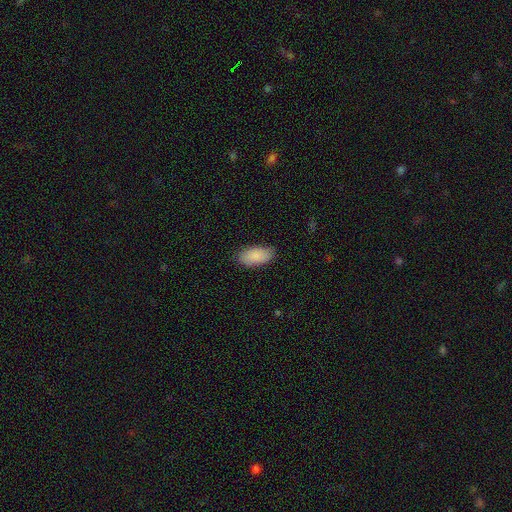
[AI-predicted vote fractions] This is clearly a smooth galaxy (89%). How rounded: clearly in between (93%). Merging: clearly none (82%).